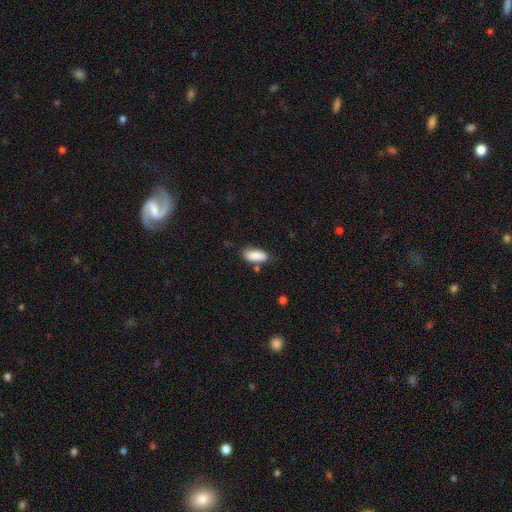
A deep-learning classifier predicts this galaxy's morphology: smooth 88%, star or artifact 7%, featured or disk 5%. Down the decision tree: how rounded — in between (84%); merging — none (77%).